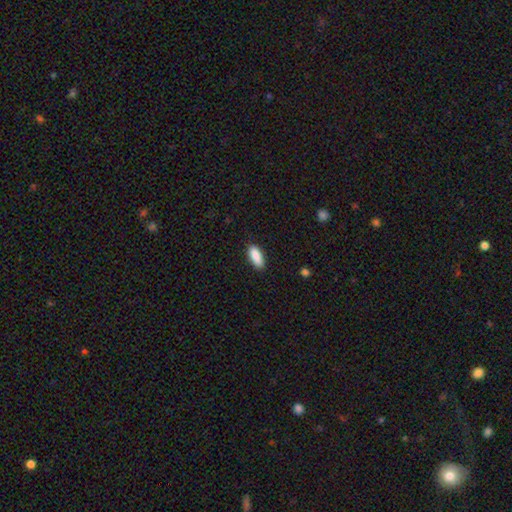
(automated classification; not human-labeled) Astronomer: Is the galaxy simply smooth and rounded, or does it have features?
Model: smooth — 89%.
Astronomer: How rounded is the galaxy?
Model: in between — 77%.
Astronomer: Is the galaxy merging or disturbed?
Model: none — 86%.